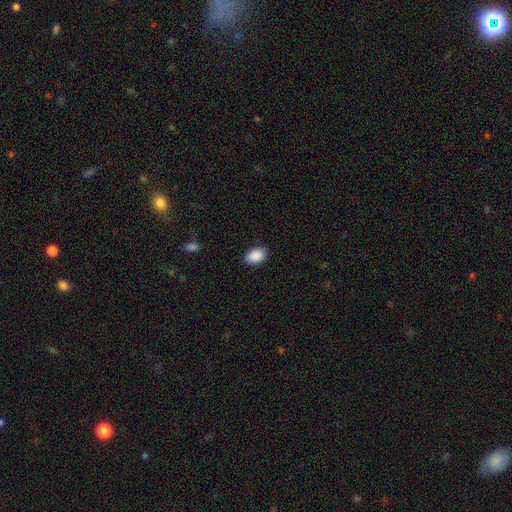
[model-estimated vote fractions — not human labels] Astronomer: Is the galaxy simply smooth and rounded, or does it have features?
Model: smooth — 90%.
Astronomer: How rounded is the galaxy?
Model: in between — 88%.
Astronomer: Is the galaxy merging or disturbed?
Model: none — 87%.